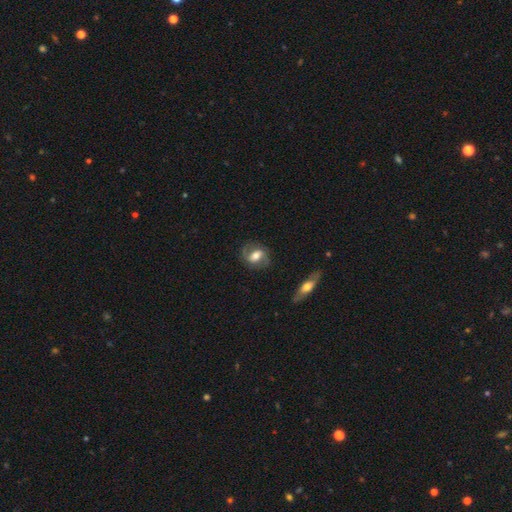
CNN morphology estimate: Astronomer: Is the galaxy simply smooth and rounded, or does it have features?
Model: featured or disk — 67%.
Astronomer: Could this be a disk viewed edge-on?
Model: no — 95%.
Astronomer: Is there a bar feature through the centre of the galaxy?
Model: weak — 44% (runner-up: no, 31%).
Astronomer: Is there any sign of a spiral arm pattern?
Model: yes — 87%.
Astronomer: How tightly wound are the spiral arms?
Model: medium — 50% (runner-up: loose, 26%).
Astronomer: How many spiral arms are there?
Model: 2 — 88%.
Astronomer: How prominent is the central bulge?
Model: moderate — 60%.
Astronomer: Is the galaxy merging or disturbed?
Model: none — 78%.